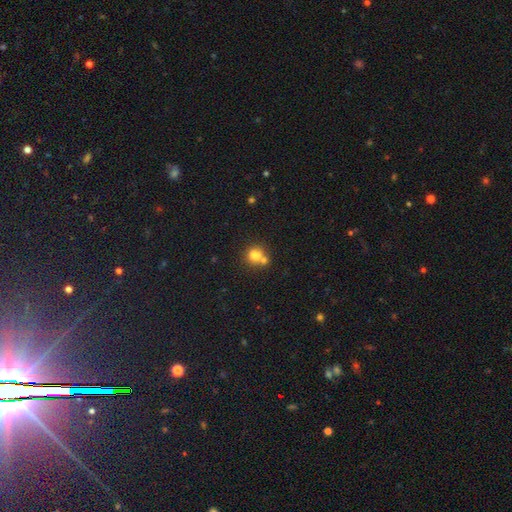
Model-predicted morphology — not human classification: A smooth galaxy with no disk features (70%) that is round (82%). Merging: merger (46%).